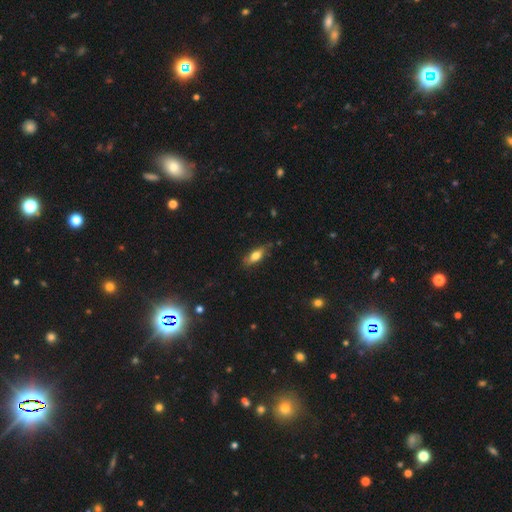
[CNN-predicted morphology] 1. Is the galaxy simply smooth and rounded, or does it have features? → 71% smooth, 21% featured or disk, 7% star or artifact.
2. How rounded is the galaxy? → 71% in between, 26% cigar-shaped, 3% round.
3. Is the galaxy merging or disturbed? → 73% none, 21% minor disturbance, 4% major disturbance, 2% merger.